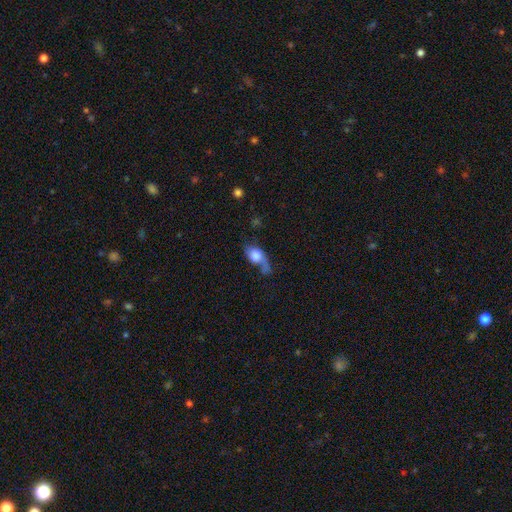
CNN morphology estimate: A smooth galaxy with no disk features (66%) that is in between round and cigar-shaped (67%).

Vote fractions:
- Smooth or featured? smooth: 66% / featured or disk: 26% / star or artifact: 8%
- How rounded? in between: 67% / round: 27% / cigar-shaped: 5%
- Merging? major disturbance: 34% / none: 28% / minor disturbance: 25% / merger: 13%